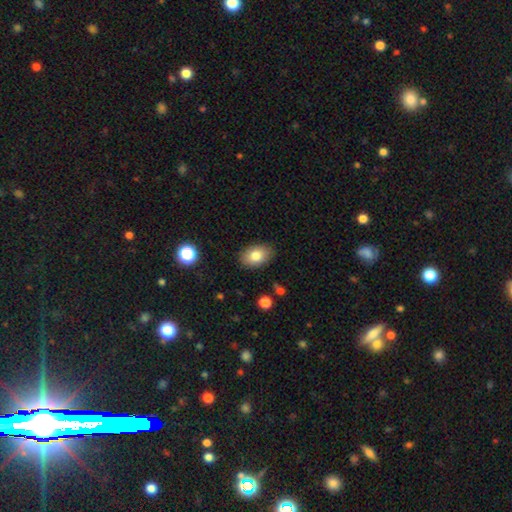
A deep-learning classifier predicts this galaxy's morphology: smooth 80%, featured or disk 12%, star or artifact 8%. Down the decision tree: how rounded — in between (86%); merging — none (86%).